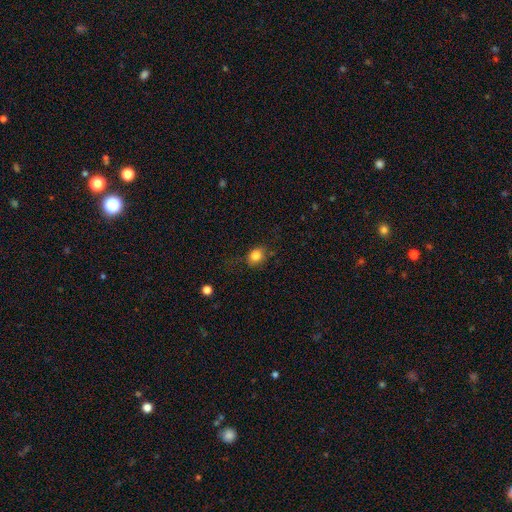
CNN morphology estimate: This appears to be a smooth galaxy with no disk features (83%) that is round (54%). Merging: none (68%).